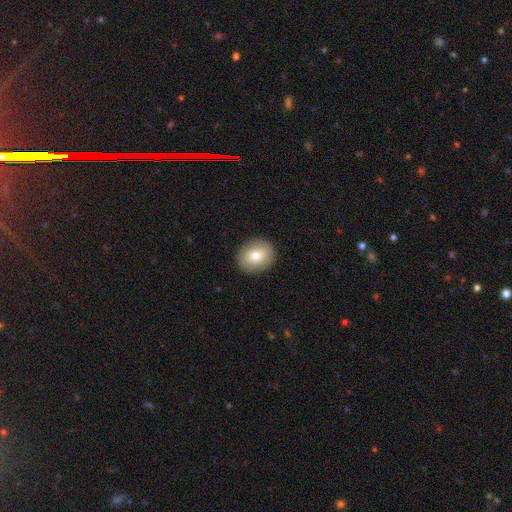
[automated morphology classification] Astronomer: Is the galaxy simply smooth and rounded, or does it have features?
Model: smooth — 76%.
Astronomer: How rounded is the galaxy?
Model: round — 66%.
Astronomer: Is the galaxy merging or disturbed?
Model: none — 90%.